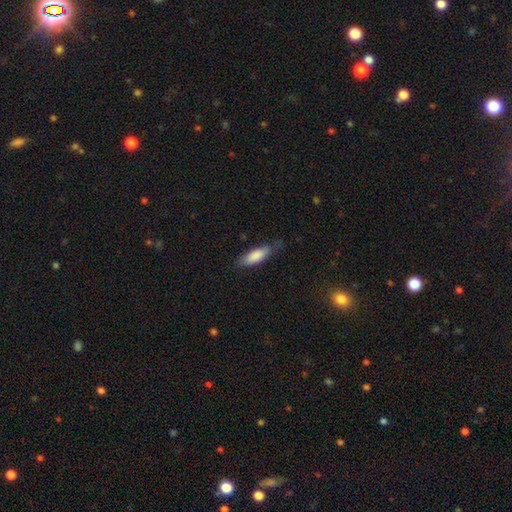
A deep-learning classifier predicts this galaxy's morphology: Smooth or featured: smooth — 83% (featured or disk — 11%)
How rounded: in between — 59% (cigar-shaped — 39%)
Merging: none — 69% (minor disturbance — 24%)